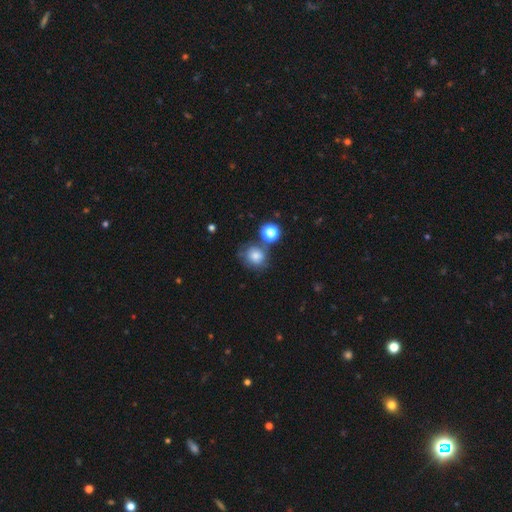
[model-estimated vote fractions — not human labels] smooth 75%, star or artifact 13%, featured or disk 12%. Down the decision tree: how rounded — round (75%); merging — none (59%).